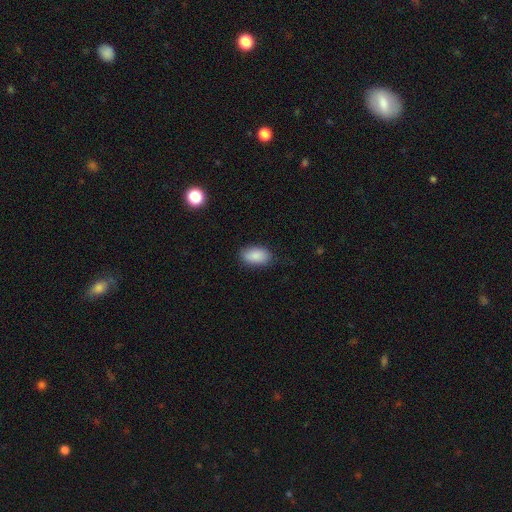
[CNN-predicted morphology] A smooth galaxy with no disk features (88%) that is in between round and cigar-shaped (92%).

Vote fractions:
- Smooth or featured? smooth: 88% / star or artifact: 7% / featured or disk: 5%
- How rounded? in between: 92% / round: 6% / cigar-shaped: 2%
- Merging? none: 82% / minor disturbance: 14% / major disturbance: 3% / merger: 1%